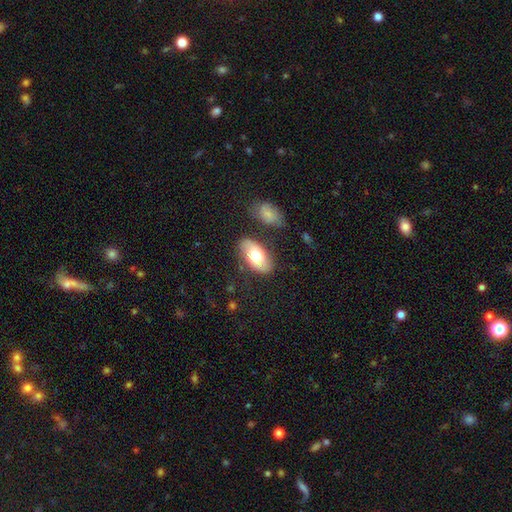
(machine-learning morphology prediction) Smooth or featured? smooth (60%)
How rounded? in between (93%)
Merging? none (74%)